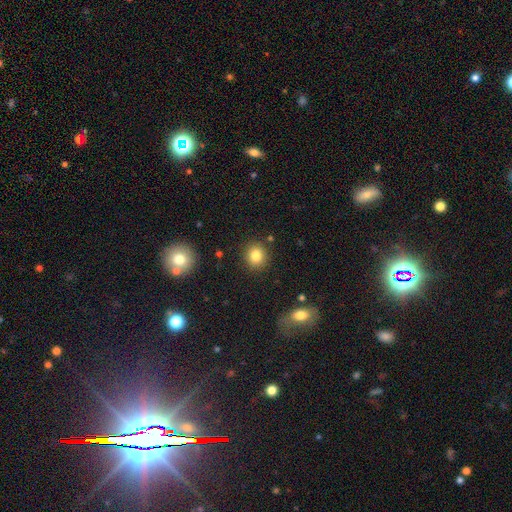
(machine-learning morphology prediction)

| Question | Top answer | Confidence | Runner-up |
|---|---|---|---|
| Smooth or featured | smooth | 82% | star or artifact (11%) |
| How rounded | round | 81% | in between (18%) |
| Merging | none | 88% | minor disturbance (8%) |